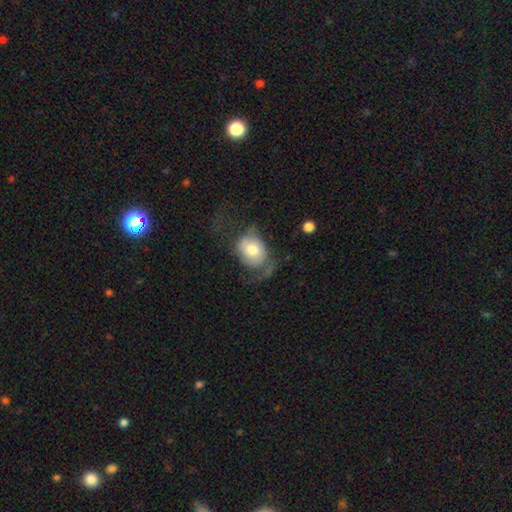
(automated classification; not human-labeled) smooth 50%, featured or disk 42%, star or artifact 7%. Down the decision tree: how rounded — in between (50%); merging — major disturbance (40%).